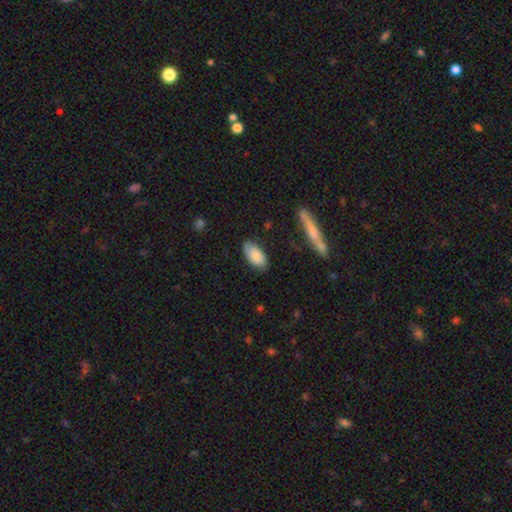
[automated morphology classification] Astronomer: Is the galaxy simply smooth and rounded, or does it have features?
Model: smooth — 83%.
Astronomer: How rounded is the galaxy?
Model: in between — 93%.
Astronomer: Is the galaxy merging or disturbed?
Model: none — 80%.